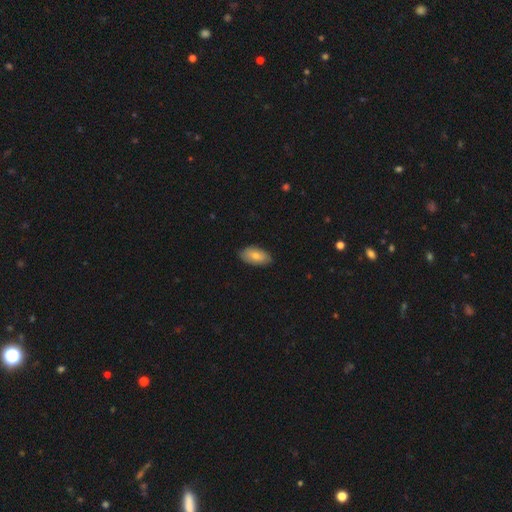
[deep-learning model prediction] Smooth or featured? smooth (75%)
How rounded? in between (94%)
Merging? none (84%)